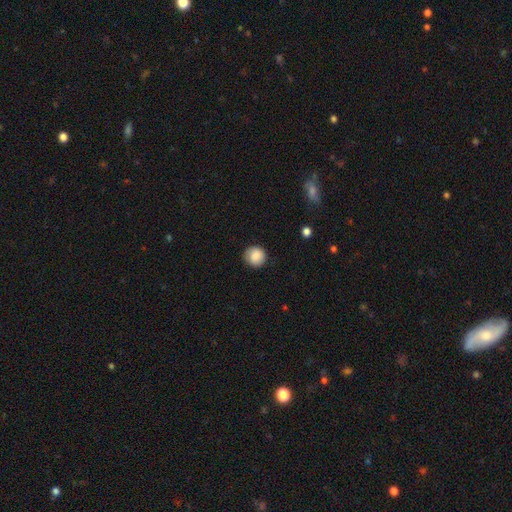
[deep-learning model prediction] The model was most divided on "merging": none: 84%, minor disturbance: 12%, major disturbance: 3%, merger: 1%. More confident: how rounded — round (93%); smooth or featured — smooth (86%).